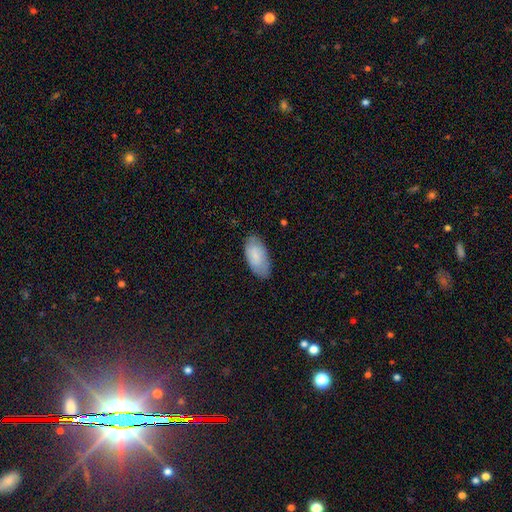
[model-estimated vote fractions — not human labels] Q: Smooth or featured?
A: smooth (74%); runner-up: featured or disk (19%)
Q: How rounded?
A: in between (93%); runner-up: cigar-shaped (4%)
Q: Merging?
A: none (75%); runner-up: minor disturbance (20%)